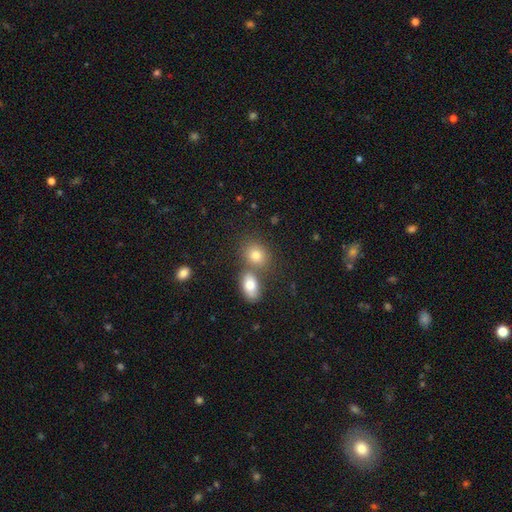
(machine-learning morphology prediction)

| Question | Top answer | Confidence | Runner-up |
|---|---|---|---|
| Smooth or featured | smooth | 78% | star or artifact (11%) |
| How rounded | in between | 57% | round (41%) |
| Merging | none | 49% | merger (39%) |